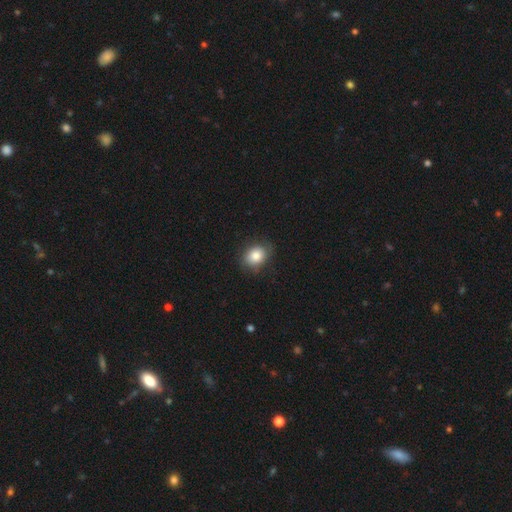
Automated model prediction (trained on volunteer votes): Smooth or featured? smooth (83%)
How rounded? round (50%)
Merging? none (79%)